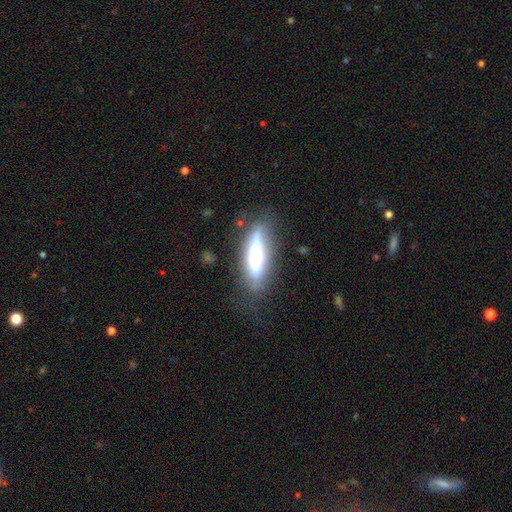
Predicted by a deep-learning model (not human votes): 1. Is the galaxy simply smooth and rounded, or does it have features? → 50% featured or disk, 43% smooth, 7% star or artifact.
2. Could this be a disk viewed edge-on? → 70% yes, 30% no.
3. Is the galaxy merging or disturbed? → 72% none, 18% minor disturbance, 7% major disturbance, 3% merger.